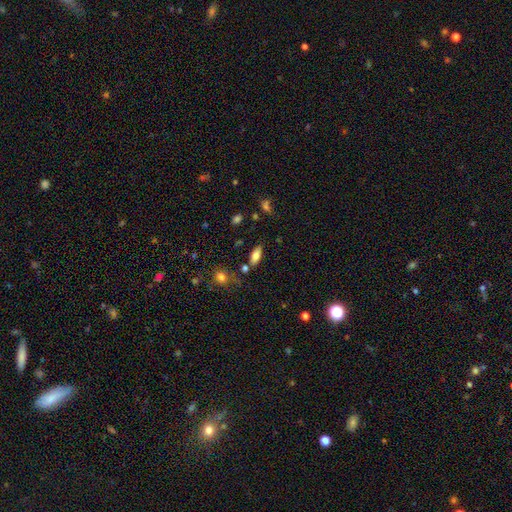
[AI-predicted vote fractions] This is likely a smooth galaxy (77%). How rounded: clearly in between (85%). Merging: likely none (73%).